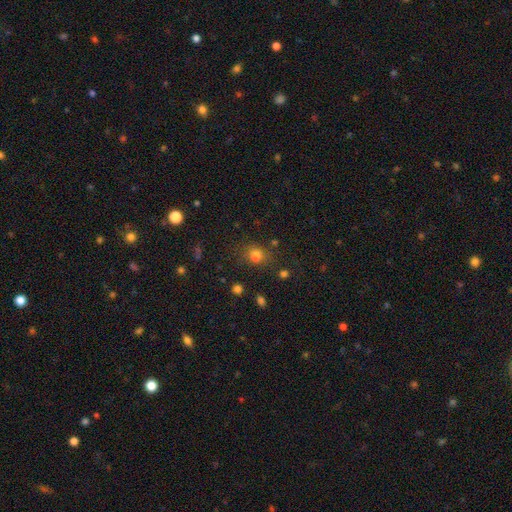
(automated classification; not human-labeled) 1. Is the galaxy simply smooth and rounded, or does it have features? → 76% smooth, 17% star or artifact, 7% featured or disk.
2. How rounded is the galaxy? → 61% round, 38% in between, 1% cigar-shaped.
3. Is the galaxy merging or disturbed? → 67% none, 17% minor disturbance, 9% merger, 8% major disturbance.